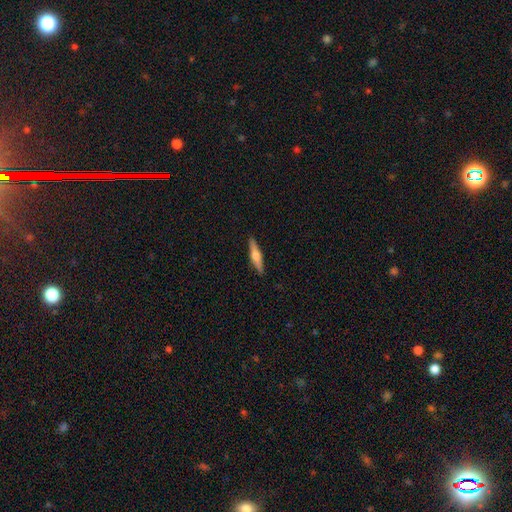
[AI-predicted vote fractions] The model was most divided on "smooth or featured": featured or disk: 59%, smooth: 35%, star or artifact: 6%. More confident: edge-on disk — yes (97%); merging — none (91%); edge-on bulge — rounded (90%).